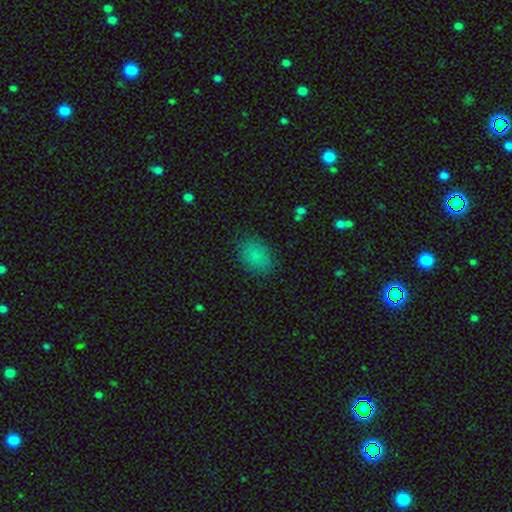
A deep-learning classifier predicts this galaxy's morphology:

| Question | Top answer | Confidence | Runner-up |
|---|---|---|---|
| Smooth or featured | smooth | 84% | star or artifact (11%) |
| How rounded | in between | 80% | round (18%) |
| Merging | none | 83% | minor disturbance (13%) |